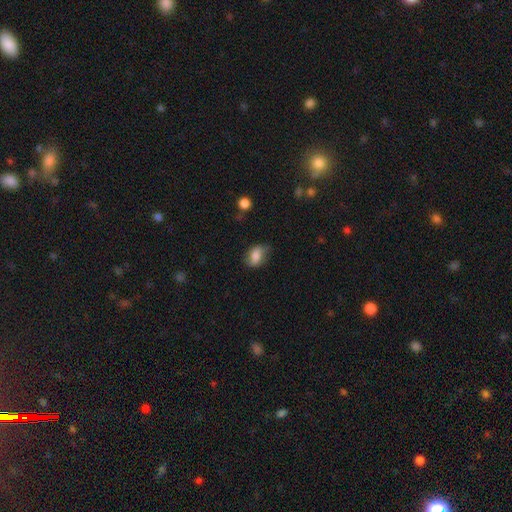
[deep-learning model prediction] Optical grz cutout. It shows a smooth galaxy with no disk features (76%) that is in between round and cigar-shaped (79%). Merging: none (64%).